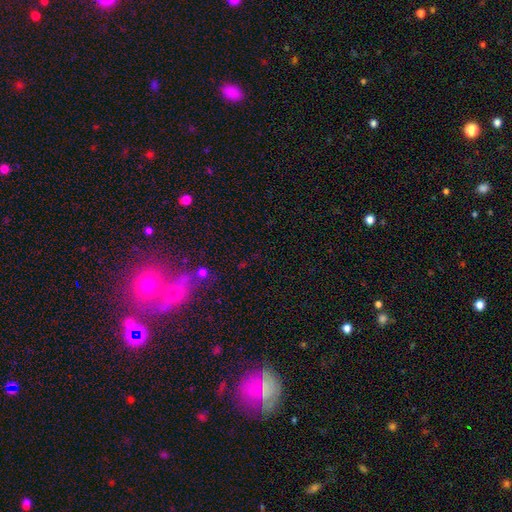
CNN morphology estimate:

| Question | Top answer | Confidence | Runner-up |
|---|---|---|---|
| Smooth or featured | star or artifact | 59% | smooth (31%) |